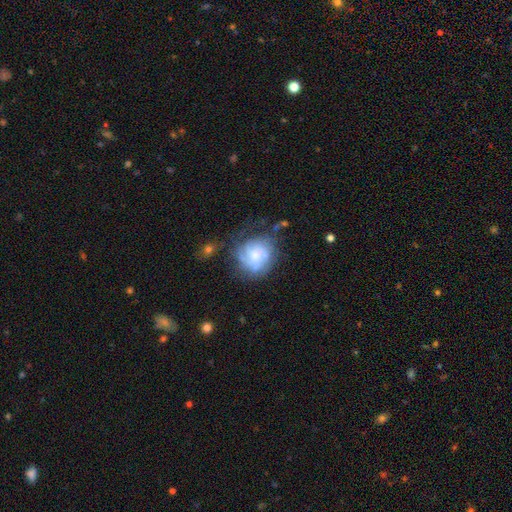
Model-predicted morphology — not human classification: smooth_or_featured: featured or disk (p=0.65) [alt: smooth p=0.27]
disk_edge_on: no (p=0.98) [alt: yes p=0.02]
bar: no (p=0.72) [alt: weak p=0.24]
has_spiral_arms: yes (p=0.85) [alt: no p=0.15]
spiral_winding: tight (p=0.51) [alt: medium p=0.34]
spiral_arm_count: can't tell (p=0.41) [alt: 3 p=0.20]
bulge_size: small (p=0.40) [alt: moderate p=0.34]
merging: none (p=0.58) [alt: minor disturbance p=0.22]